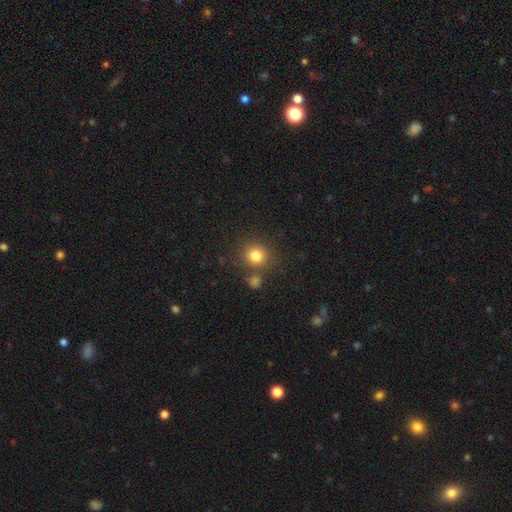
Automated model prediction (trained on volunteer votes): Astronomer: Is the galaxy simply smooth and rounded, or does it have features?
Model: smooth — 81%.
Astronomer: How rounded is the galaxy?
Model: round — 88%.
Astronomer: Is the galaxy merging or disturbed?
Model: none — 78%.